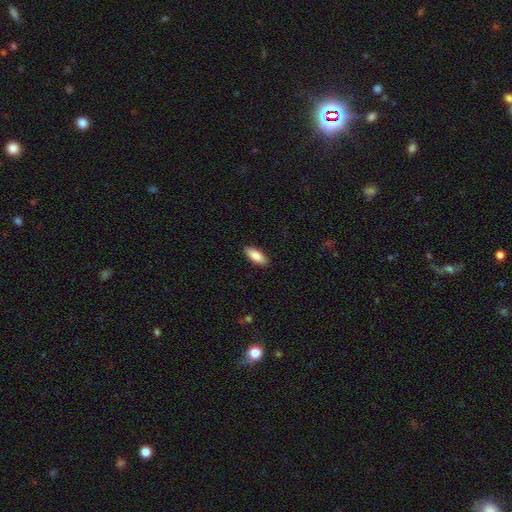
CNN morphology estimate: Smooth or featured?
  - smooth: 83% *
  - featured or disk: 11%
  - star or artifact: 6%
How rounded?
  - in between: 76% *
  - cigar-shaped: 23%
  - round: 2%
Merging?
  - none: 90% *
  - minor disturbance: 8%
  - major disturbance: 2%
  - merger: 1%